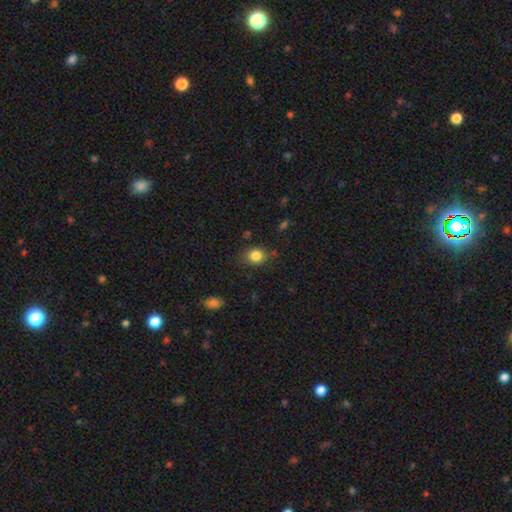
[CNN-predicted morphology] A smooth galaxy with no disk features (83%) that is round (67%). Merging: none (78%).